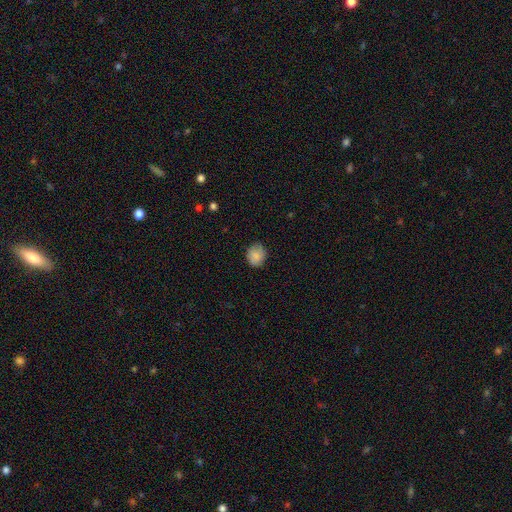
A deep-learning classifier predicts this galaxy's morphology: Smooth or featured: smooth — 85% (star or artifact — 8%)
How rounded: round — 64% (in between — 35%)
Merging: none — 77% (minor disturbance — 19%)